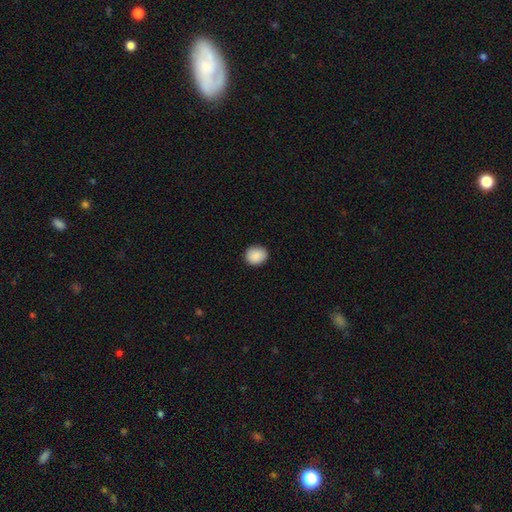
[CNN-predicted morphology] Smooth or featured: smooth — 90% (star or artifact — 7%)
How rounded: round — 73% (in between — 26%)
Merging: none — 88% (minor disturbance — 9%)